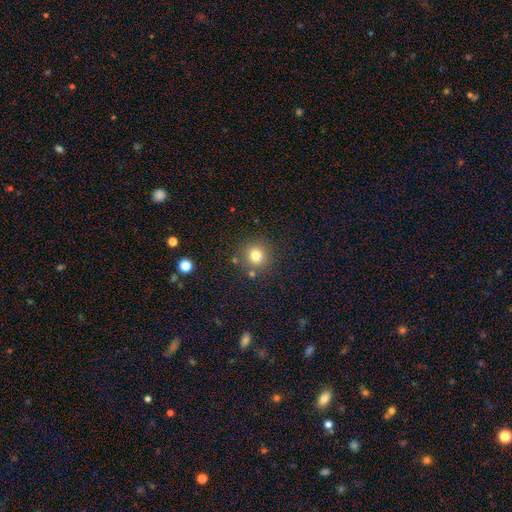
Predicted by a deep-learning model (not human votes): smooth_or_featured: smooth (p=0.78) [alt: star or artifact p=0.14]
how_rounded: round (p=0.91) [alt: in between p=0.08]
merging: none (p=0.83) [alt: minor disturbance p=0.09]